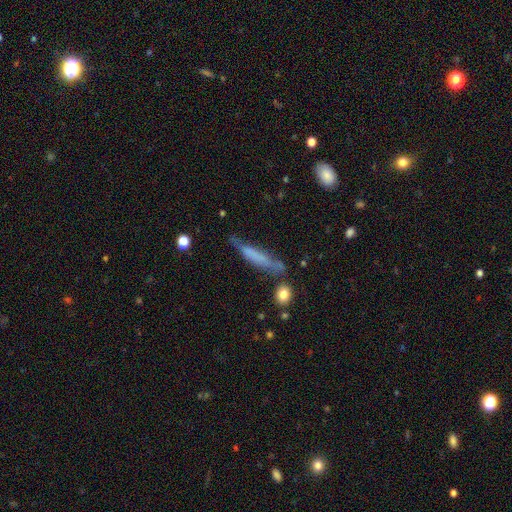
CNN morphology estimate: smooth_or_featured: smooth (p=0.53) [alt: featured or disk p=0.38]
how_rounded: cigar-shaped (p=0.89) [alt: in between p=0.09]
merging: none (p=0.54) [alt: minor disturbance p=0.27]